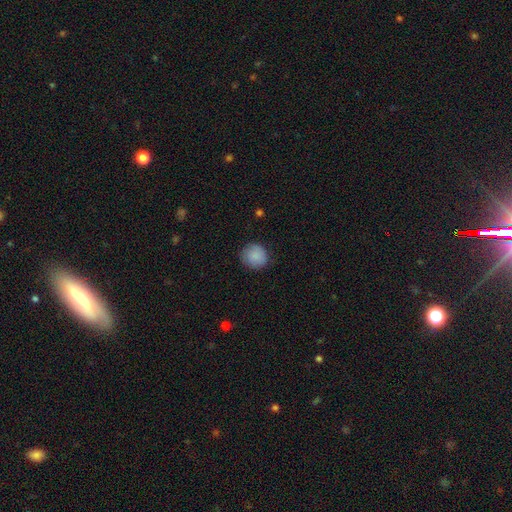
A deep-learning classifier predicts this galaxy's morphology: This appears to be a smooth galaxy with no disk features (87%) that is round (86%). Merging: none (82%).